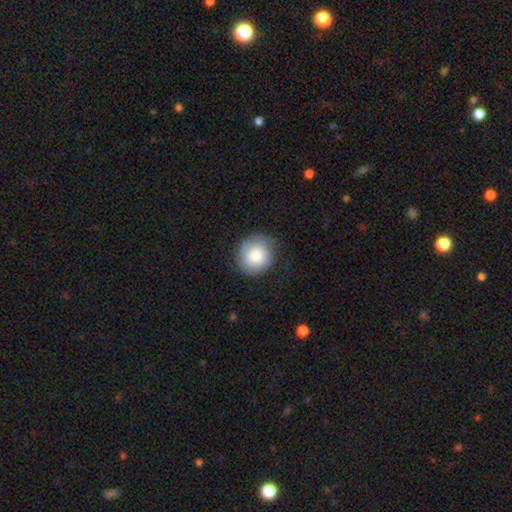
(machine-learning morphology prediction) Q: Smooth or featured?
A: smooth (78%); runner-up: featured or disk (15%)
Q: How rounded?
A: round (90%); runner-up: in between (9%)
Q: Merging?
A: none (80%); runner-up: minor disturbance (15%)